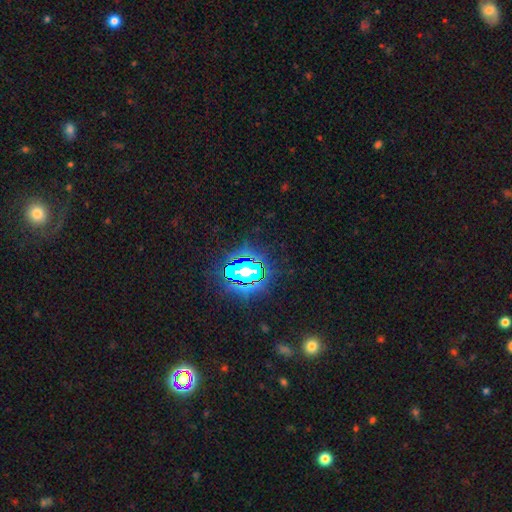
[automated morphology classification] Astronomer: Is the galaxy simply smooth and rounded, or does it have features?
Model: star or artifact — 81%.